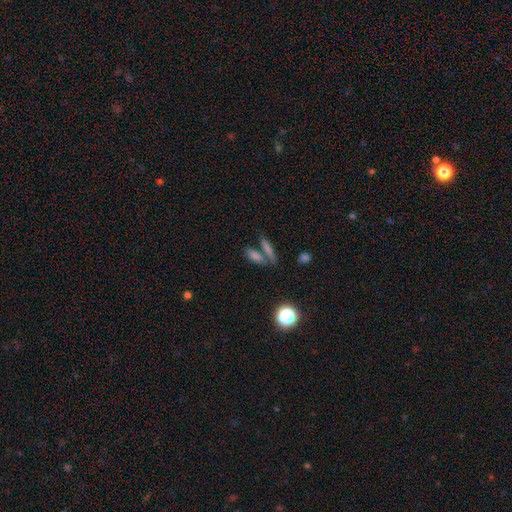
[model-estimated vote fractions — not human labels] A smooth galaxy with no disk features (68%) that is cigar-shaped (49%).

Vote fractions:
- Smooth or featured? smooth: 68% / star or artifact: 16% / featured or disk: 16%
- How rounded? cigar-shaped: 49% / in between: 41% / round: 10%
- Merging? none: 53% / merger: 32% / minor disturbance: 10% / major disturbance: 5%